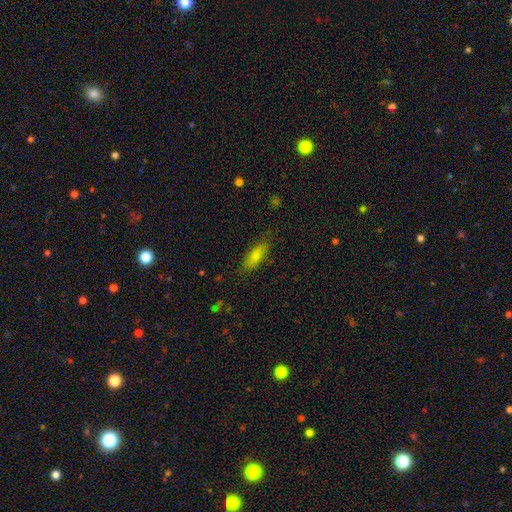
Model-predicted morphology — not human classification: A smooth galaxy with no disk features (83%) that is in between round and cigar-shaped (63%).

Vote fractions:
- Smooth or featured? smooth: 83% / featured or disk: 9% / star or artifact: 8%
- How rounded? in between: 63% / cigar-shaped: 35% / round: 2%
- Merging? none: 81% / minor disturbance: 14% / major disturbance: 4% / merger: 1%